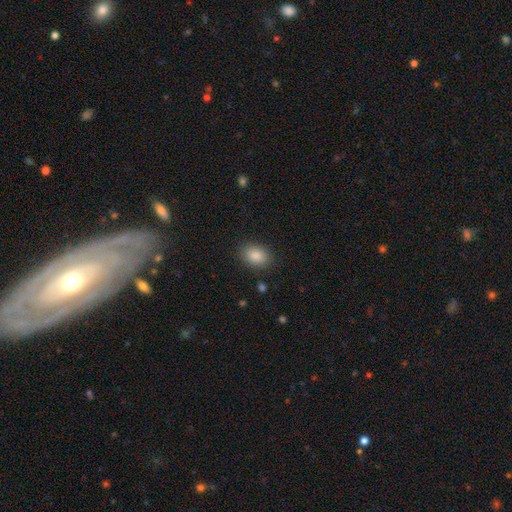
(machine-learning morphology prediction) Q: Smooth or featured?
A: smooth (87%); runner-up: star or artifact (8%)
Q: How rounded?
A: in between (77%); runner-up: round (22%)
Q: Merging?
A: none (86%); runner-up: minor disturbance (9%)